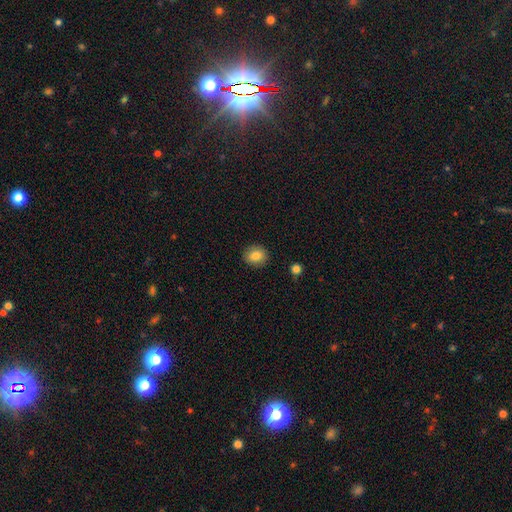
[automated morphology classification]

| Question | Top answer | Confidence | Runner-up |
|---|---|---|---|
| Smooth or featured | smooth | 82% | star or artifact (9%) |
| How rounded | round | 74% | in between (25%) |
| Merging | none | 90% | minor disturbance (7%) |